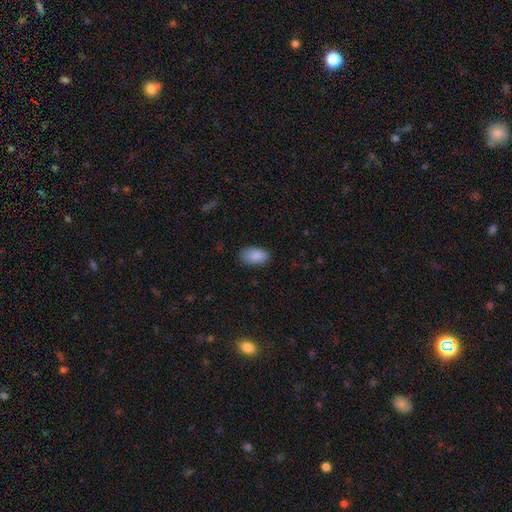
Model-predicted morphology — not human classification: This is clearly a smooth galaxy (89%). How rounded: clearly in between (93%). Merging: likely none (78%).